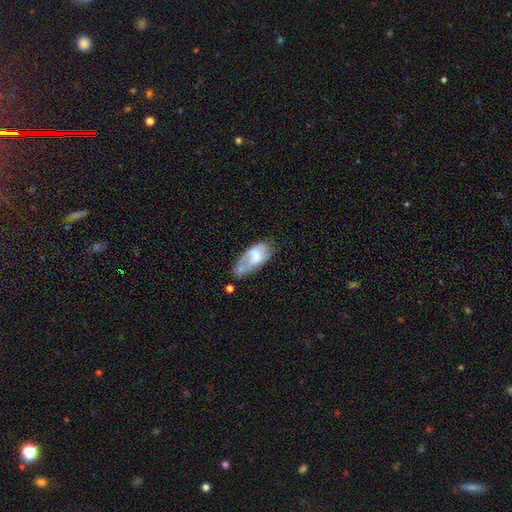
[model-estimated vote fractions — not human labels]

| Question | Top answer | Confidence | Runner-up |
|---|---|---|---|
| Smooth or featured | smooth | 48% | featured or disk (44%) |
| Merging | none | 36% | minor disturbance (32%) |